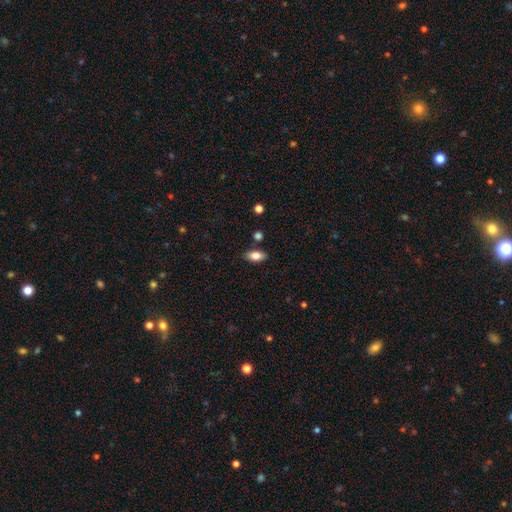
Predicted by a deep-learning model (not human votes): The model was most divided on "merging": none: 84%, minor disturbance: 11%, merger: 4%, major disturbance: 2%. More confident: how rounded — in between (90%); smooth or featured — smooth (83%).